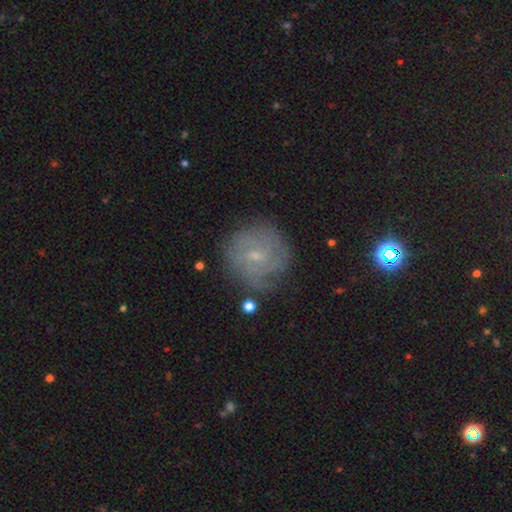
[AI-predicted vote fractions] Q: Smooth or featured?
A: featured or disk (65%); runner-up: smooth (23%)
Q: Edge-on disk?
A: no (97%); runner-up: yes (3%)
Q: Bar?
A: no (47%); runner-up: weak (46%)
Q: Spiral arms?
A: yes (86%); runner-up: no (14%)
Q: Spiral winding?
A: tight (62%); runner-up: medium (29%)
Q: Spiral arm count?
A: can't tell (50%); runner-up: 2 (15%)
Q: Bulge size?
A: small (78%); runner-up: moderate (16%)
Q: Merging?
A: none (77%); runner-up: minor disturbance (15%)